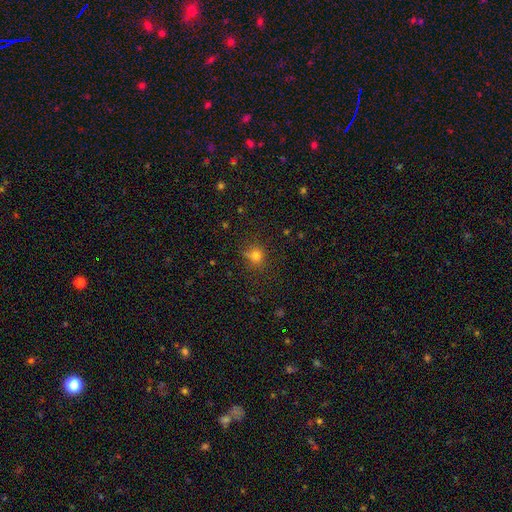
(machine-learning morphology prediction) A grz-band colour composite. It shows a smooth galaxy with no disk features (74%) that is round (83%). Merging: none (76%).